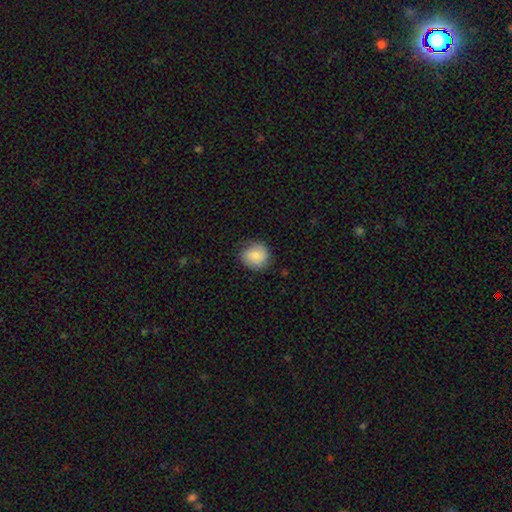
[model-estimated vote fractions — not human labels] Q: Smooth or featured?
A: smooth (81%); runner-up: featured or disk (12%)
Q: How rounded?
A: round (76%); runner-up: in between (23%)
Q: Merging?
A: none (74%); runner-up: minor disturbance (20%)